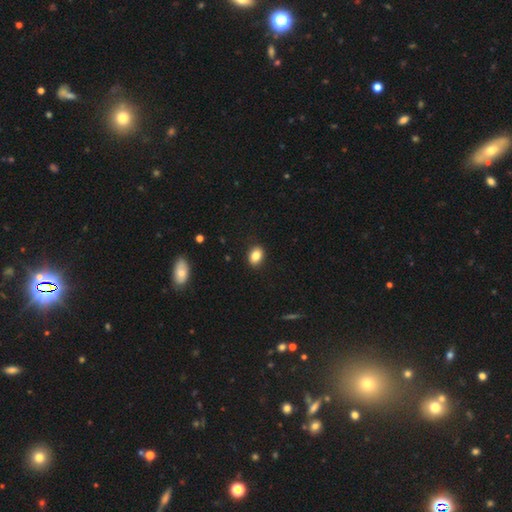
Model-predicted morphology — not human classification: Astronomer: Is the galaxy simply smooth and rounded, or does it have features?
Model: smooth — 85%.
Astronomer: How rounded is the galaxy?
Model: in between — 75%.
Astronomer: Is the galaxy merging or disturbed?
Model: none — 89%.